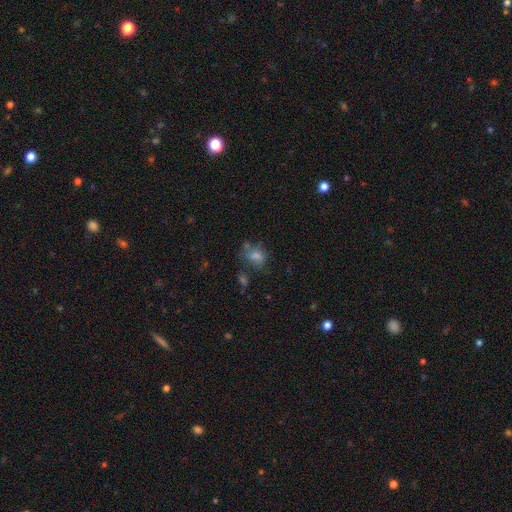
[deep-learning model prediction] Smooth or featured? Predicted: smooth (p=0.66). How rounded? Predicted: in between (p=0.55). Merging? Predicted: none (p=0.44).